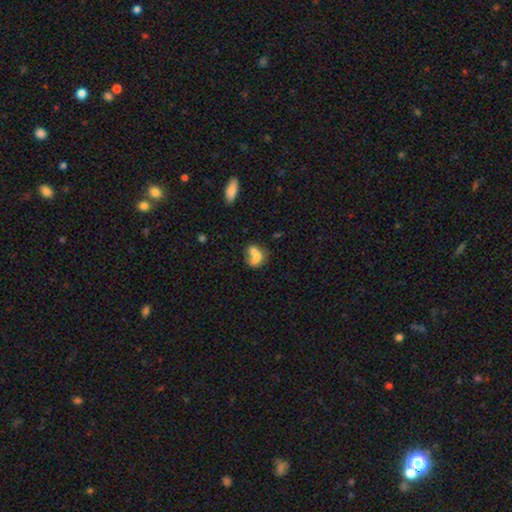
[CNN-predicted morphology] smooth 64%, featured or disk 25%, star or artifact 11%. Down the decision tree: how rounded — in between (63%); merging — merger (56%).